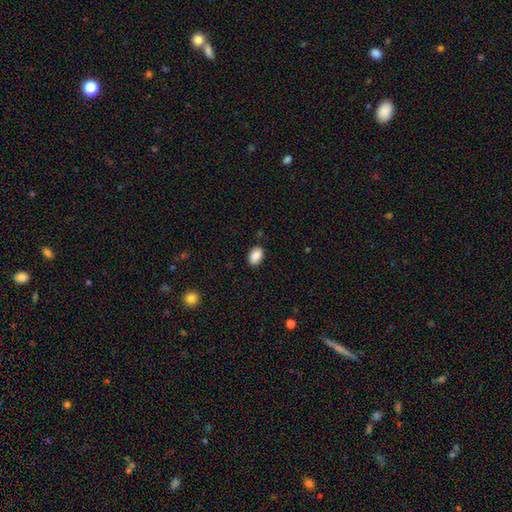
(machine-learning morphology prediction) This is clearly a smooth galaxy (89%). How rounded: clearly in between (87%). Merging: clearly none (86%).